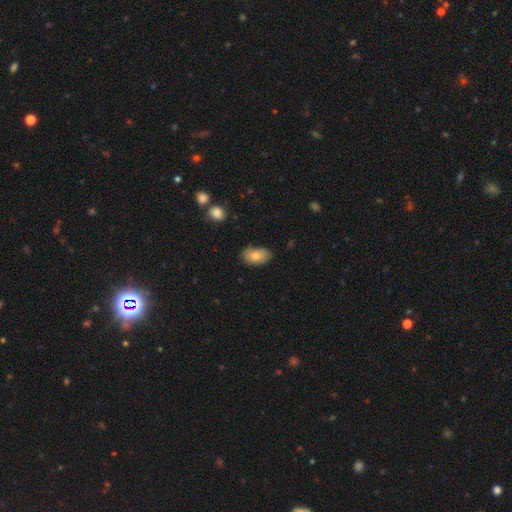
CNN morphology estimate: smooth_or_featured: smooth (p=0.79) [alt: featured or disk p=0.14]
how_rounded: in between (p=0.92) [alt: round p=0.06]
merging: none (p=0.79) [alt: minor disturbance p=0.17]